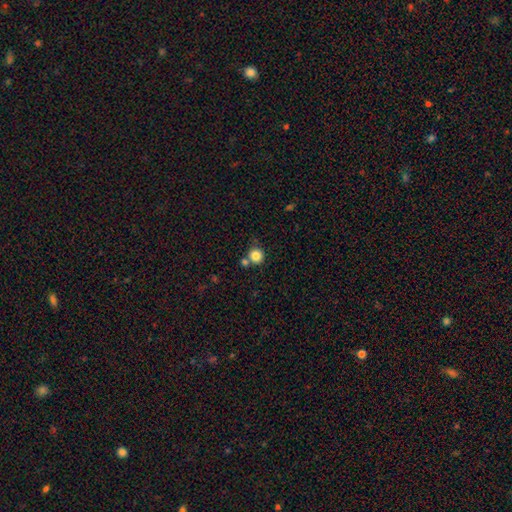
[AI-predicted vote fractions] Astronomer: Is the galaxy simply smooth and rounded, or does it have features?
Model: smooth — 83%.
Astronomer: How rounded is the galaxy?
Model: round — 93%.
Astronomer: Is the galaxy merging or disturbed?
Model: none — 68%.